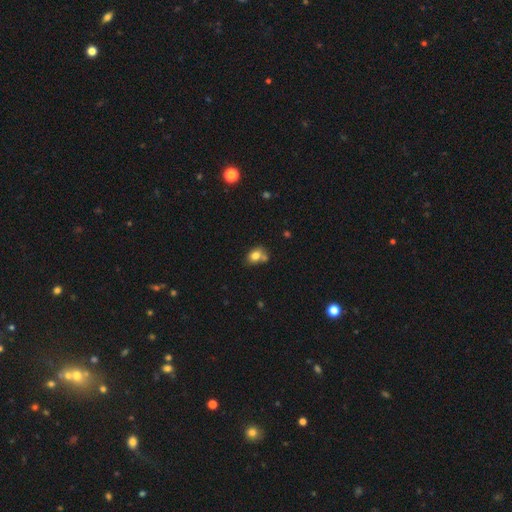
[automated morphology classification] Smooth or featured: smooth — 79% (featured or disk — 11%)
How rounded: in between — 61% (round — 38%)
Merging: none — 51% (merger — 28%)